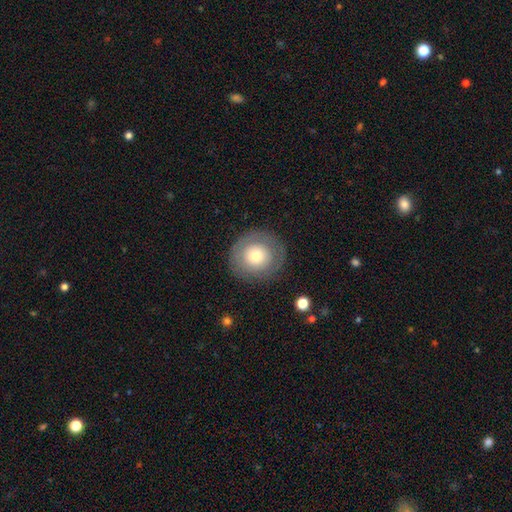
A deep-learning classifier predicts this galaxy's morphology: Q: Smooth or featured?
A: smooth (64%); runner-up: featured or disk (29%)
Q: How rounded?
A: round (91%); runner-up: in between (8%)
Q: Merging?
A: none (85%); runner-up: minor disturbance (10%)